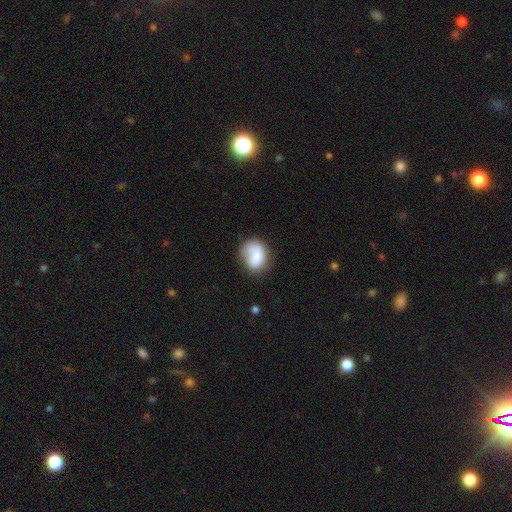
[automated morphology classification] A smooth galaxy with no disk features (76%) that is in between round and cigar-shaped (59%).

Vote fractions:
- Smooth or featured? smooth: 76% / featured or disk: 16% / star or artifact: 8%
- How rounded? in between: 59% / round: 40% / cigar-shaped: 1%
- Merging? none: 50% / minor disturbance: 29% / major disturbance: 13% / merger: 8%